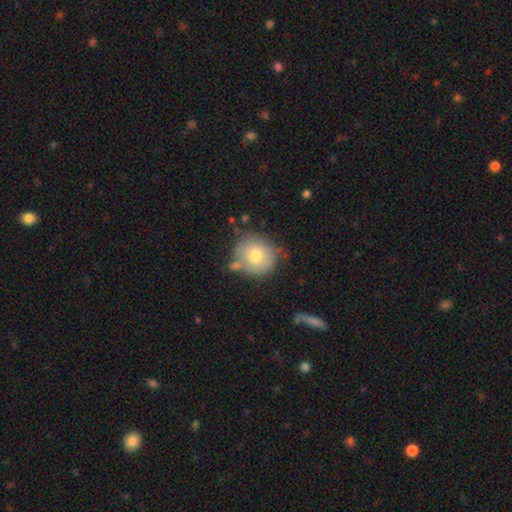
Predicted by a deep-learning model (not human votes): This appears to be a smooth galaxy with no disk features (73%) that is round (89%). Merging: none (67%).